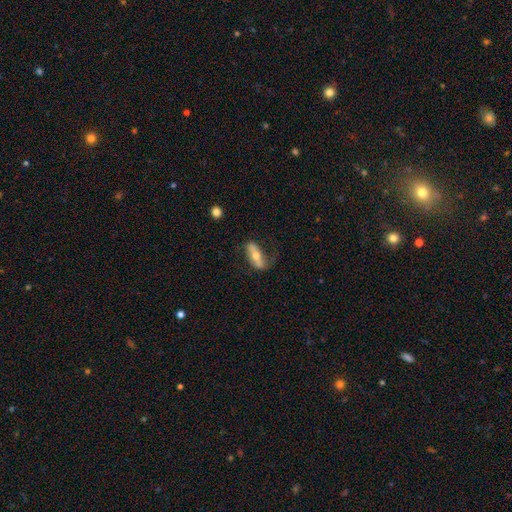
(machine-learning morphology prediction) smooth_or_featured: smooth (p=0.47) [tied with: featured or disk p=0.47]
merging: none (p=0.62) [alt: minor disturbance p=0.24]